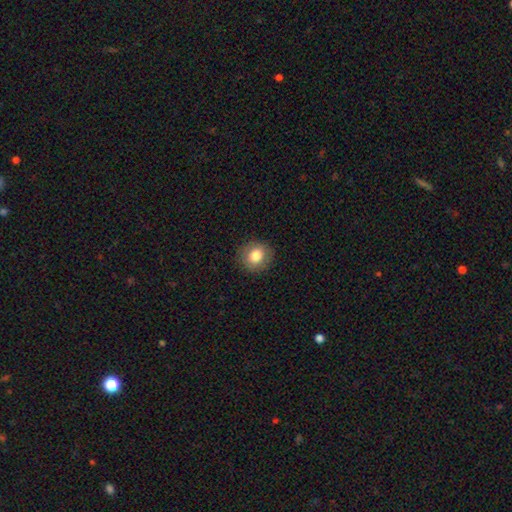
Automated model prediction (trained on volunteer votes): Smooth or featured?
  - smooth: 81% *
  - featured or disk: 10%
  - star or artifact: 9%
How rounded?
  - round: 82% *
  - in between: 17%
  - cigar-shaped: 1%
Merging?
  - none: 89% *
  - minor disturbance: 8%
  - major disturbance: 2%
  - merger: 1%